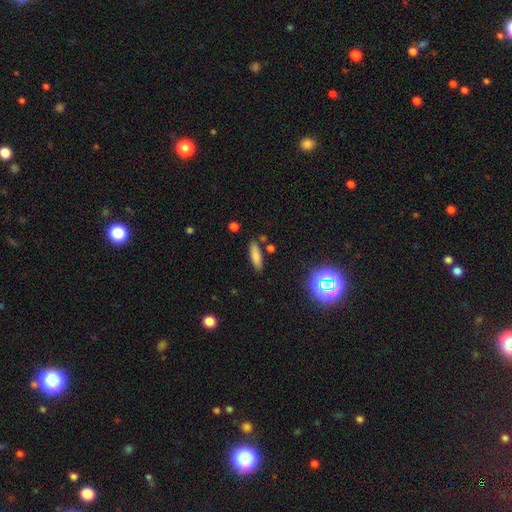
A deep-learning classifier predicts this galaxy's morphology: Overall: smooth (79%). How rounded: cigar-shaped (56%; in between 41%). Merging: none (82%).